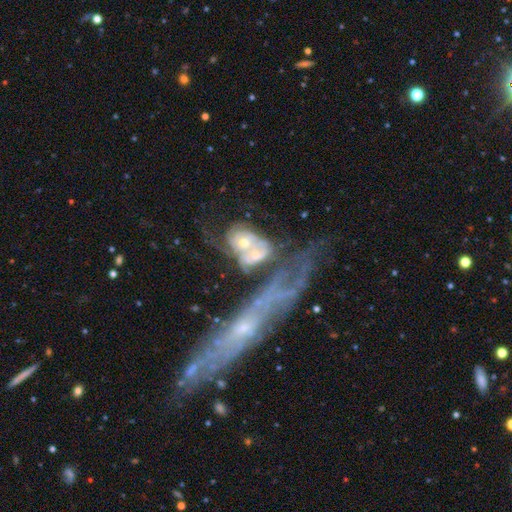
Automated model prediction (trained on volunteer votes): This is likely a featured or disk galaxy (68%). It is clearly not viewed edge-on (94%). Bar: clearly no (80%). Spiral arm pattern: likely yes (60%). Central bulge: possibly moderate (54%). Merging: likely merger (68%).